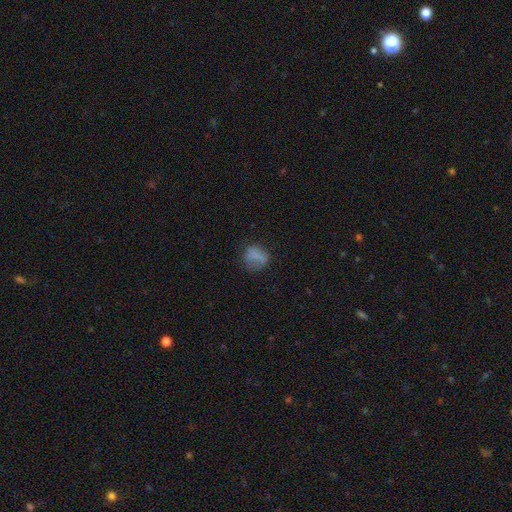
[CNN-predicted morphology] This appears to be a smooth galaxy with no disk features (73%) that is round (70%). Merging: none (58%).